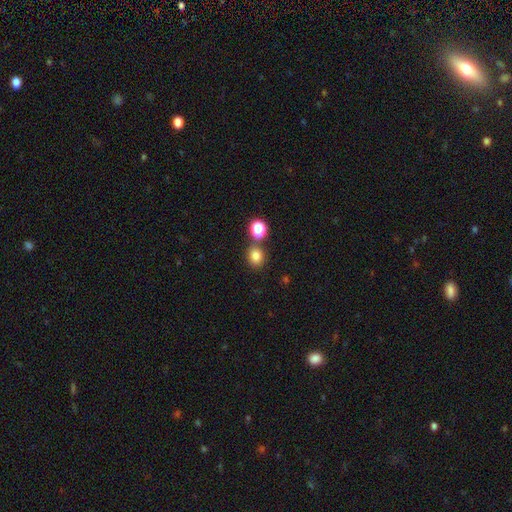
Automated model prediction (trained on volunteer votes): Q: Smooth or featured?
A: smooth (79%); runner-up: star or artifact (15%)
Q: How rounded?
A: round (70%); runner-up: in between (29%)
Q: Merging?
A: none (73%); runner-up: merger (14%)